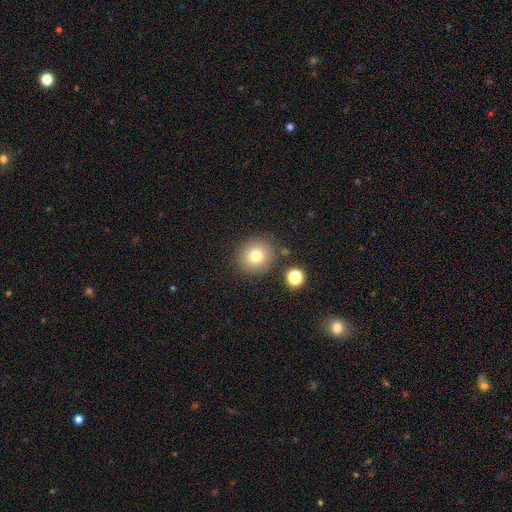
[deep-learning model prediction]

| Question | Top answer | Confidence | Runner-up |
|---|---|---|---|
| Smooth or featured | smooth | 77% | star or artifact (12%) |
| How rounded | round | 87% | in between (12%) |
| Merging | none | 83% | minor disturbance (9%) |